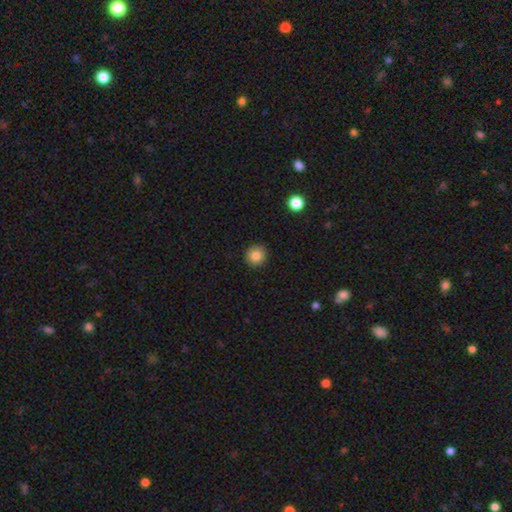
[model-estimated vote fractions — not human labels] smooth-or-featured: smooth: 84% | star or artifact: 10% | featured or disk: 6%
  how-rounded: round: 93% | in between: 6% | cigar-shaped: 1%
  merging: none: 91% | minor disturbance: 6% | major disturbance: 2% | merger: 1%